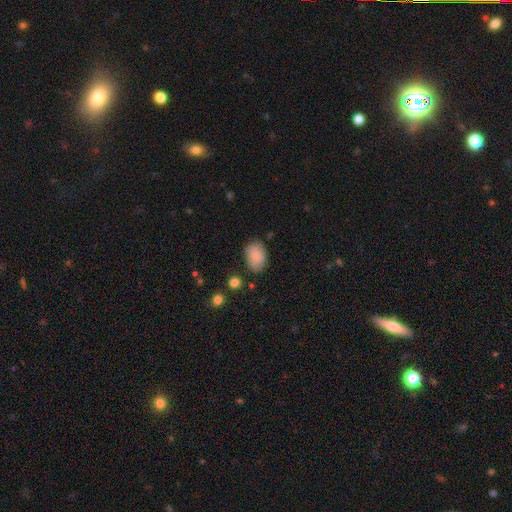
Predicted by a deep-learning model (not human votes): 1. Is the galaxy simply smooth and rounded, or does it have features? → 83% smooth, 10% featured or disk, 7% star or artifact.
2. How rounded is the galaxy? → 84% in between, 15% round, 1% cigar-shaped.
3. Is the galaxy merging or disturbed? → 77% none, 17% minor disturbance, 4% major disturbance, 2% merger.